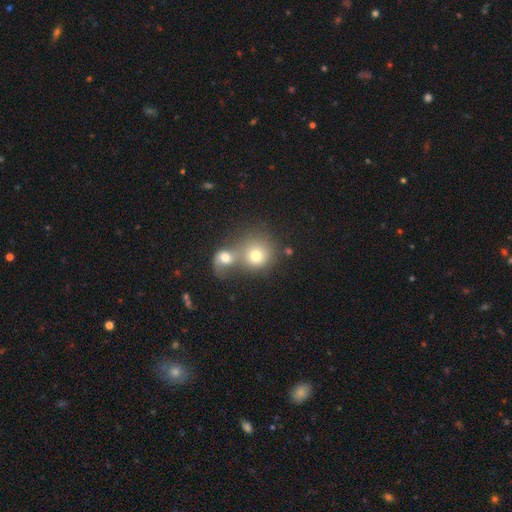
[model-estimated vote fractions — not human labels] The model was most divided on "merging": merger: 63%, none: 25%, minor disturbance: 6%, major disturbance: 6%. More confident: how rounded — round (83%); smooth or featured — smooth (72%).